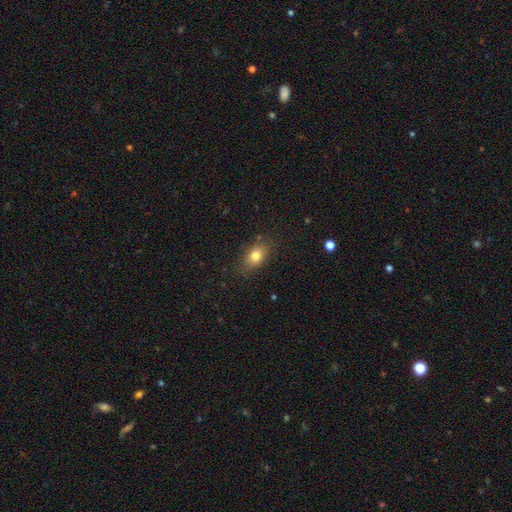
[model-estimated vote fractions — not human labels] Smooth or featured: smooth — 77% (featured or disk — 12%)
How rounded: in between — 79% (round — 17%)
Merging: none — 82% (minor disturbance — 13%)